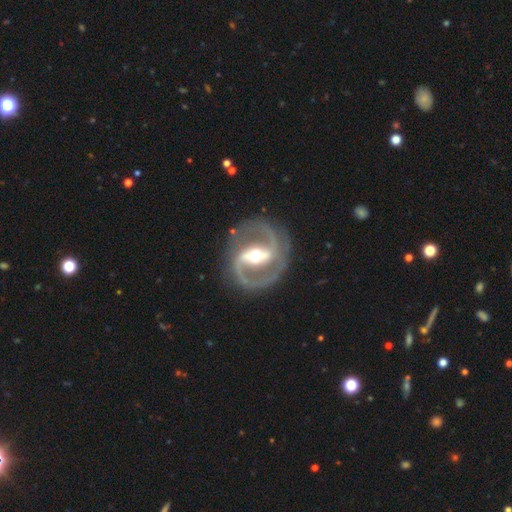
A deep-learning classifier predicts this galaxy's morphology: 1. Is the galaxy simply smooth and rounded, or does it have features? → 91% featured or disk, 5% smooth, 4% star or artifact.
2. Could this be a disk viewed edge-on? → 97% no, 3% yes.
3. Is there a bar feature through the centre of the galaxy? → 65% strong, 26% weak, 10% no.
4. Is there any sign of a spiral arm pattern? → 95% yes, 5% no.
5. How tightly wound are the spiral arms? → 60% medium, 24% tight, 16% loose.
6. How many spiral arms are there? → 93% 2, 2% can't tell, 2% 3, 1% 1, 1% 4, 1% more than 4.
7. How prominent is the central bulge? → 70% moderate, 15% small, 13% large, 1% dominant, 1% none.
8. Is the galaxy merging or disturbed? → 83% none, 10% minor disturbance, 5% major disturbance, 1% merger.